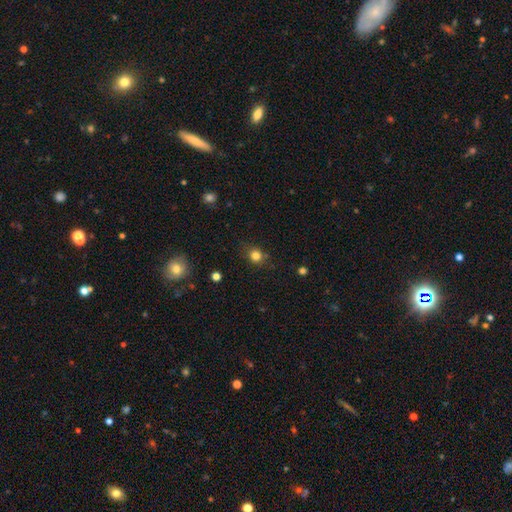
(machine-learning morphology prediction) This appears to be a smooth galaxy with no disk features (80%) that is round (79%). Merging: none (79%).